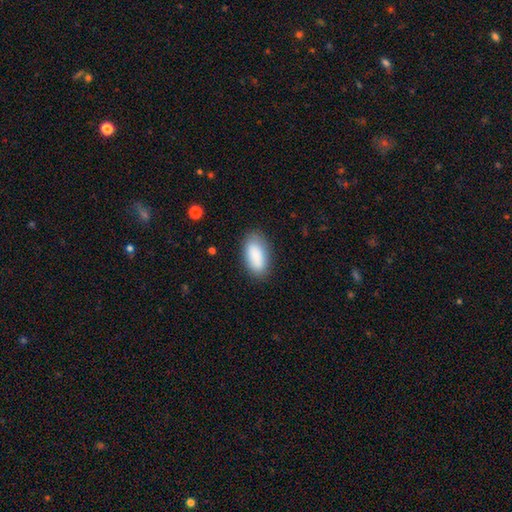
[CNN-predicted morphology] A smooth galaxy with no disk features (88%) that is in between round and cigar-shaped (91%).

Vote fractions:
- Smooth or featured? smooth: 88% / star or artifact: 6% / featured or disk: 6%
- How rounded? in between: 91% / cigar-shaped: 6% / round: 3%
- Merging? none: 83% / minor disturbance: 13% / major disturbance: 3% / merger: 1%